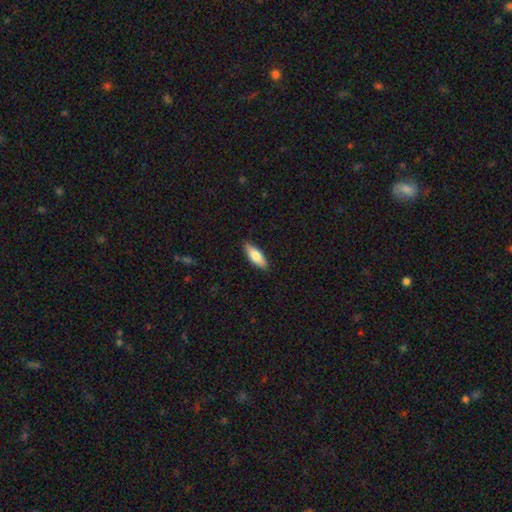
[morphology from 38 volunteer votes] Q: Smooth or featured?
A: smooth (66%); runner-up: featured or disk (29%)
Q: How rounded?
A: in between (64%); runner-up: cigar-shaped (36%)
Q: Merging?
A: none (83%); runner-up: minor disturbance (14%)